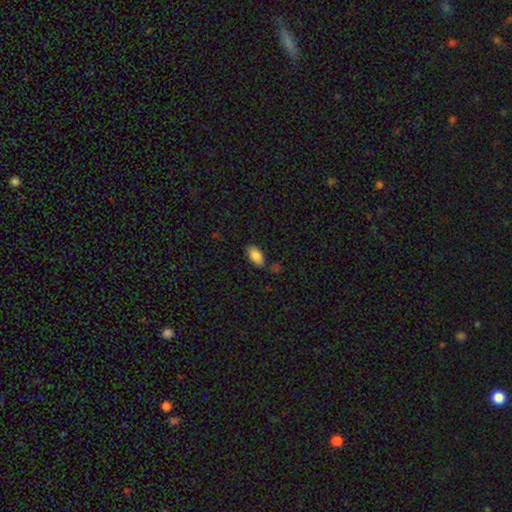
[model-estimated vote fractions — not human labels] This appears to be a smooth galaxy with no disk features (86%) that is in between round and cigar-shaped (94%). Merging: none (78%).